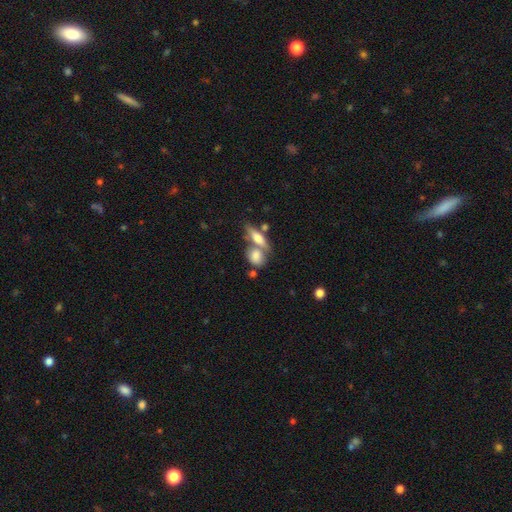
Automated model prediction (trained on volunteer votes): This is likely a smooth galaxy (74%). How rounded: possibly in between (54%). Merging: marginally merger (44%).